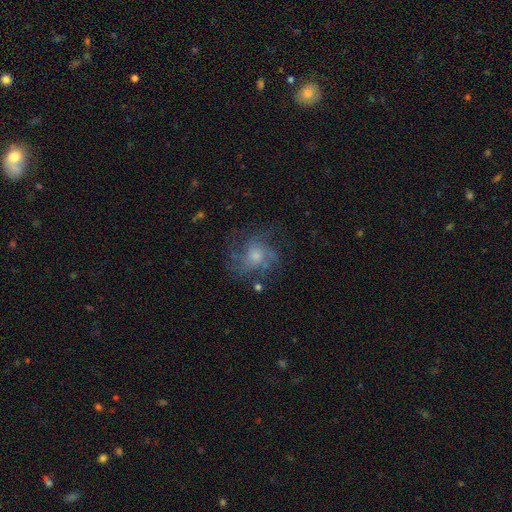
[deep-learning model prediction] A featured or disk galaxy (65%) with no bar (79%), medium (45%) spiral arms (83%) and a moderate central bulge (45%).

Vote fractions:
- Smooth or featured? featured or disk: 65% / smooth: 23% / star or artifact: 12%
- Edge-on disk? no: 97% / yes: 3%
- Bar? no: 79% / weak: 19% / strong: 2%
- Spiral arms? yes: 83% / no: 17%
- Spiral winding? medium: 45% / tight: 28% / loose: 28%
- Spiral arm count? can't tell: 32% / 4: 23% / 3: 22% / 2: 9% / more than 4: 8% / 1: 6%
- Bulge size? moderate: 45% / small: 38% / large: 8% / none: 7% / dominant: 2%
- Merging? none: 62% / minor disturbance: 18% / major disturbance: 18% / merger: 2%